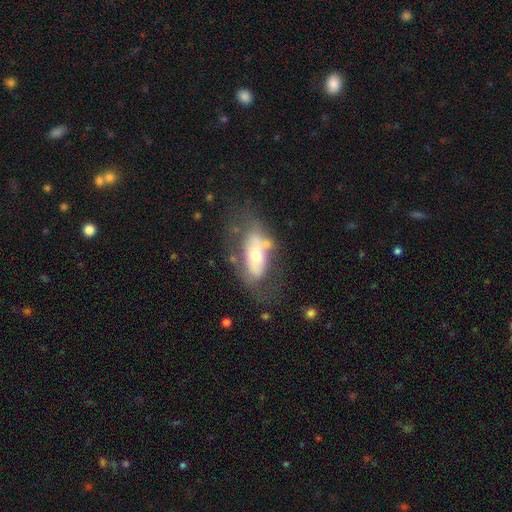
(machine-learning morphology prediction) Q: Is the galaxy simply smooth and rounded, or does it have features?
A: featured or disk — 54%.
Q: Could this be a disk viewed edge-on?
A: no — 85%.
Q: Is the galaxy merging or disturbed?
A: none — 51%.